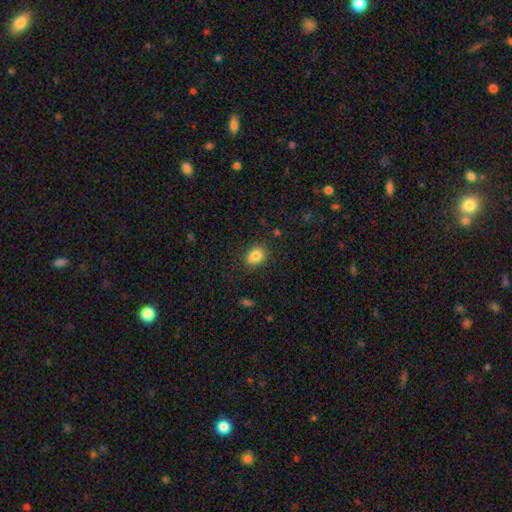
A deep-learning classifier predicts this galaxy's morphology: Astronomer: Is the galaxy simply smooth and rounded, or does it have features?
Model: smooth — 82%.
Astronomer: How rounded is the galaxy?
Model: in between — 50% (runner-up: round, 49%).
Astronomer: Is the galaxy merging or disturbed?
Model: none — 80%.